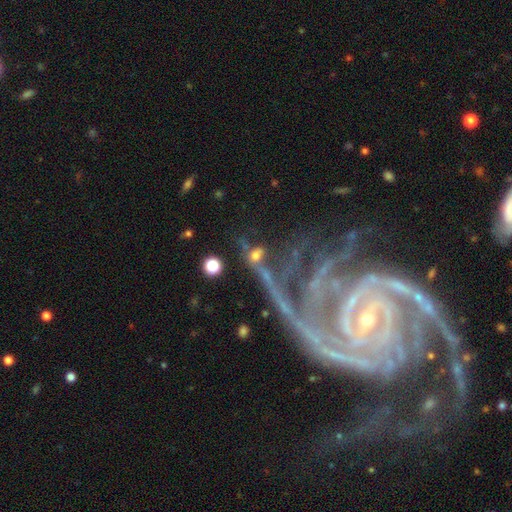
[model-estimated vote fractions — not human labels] This appears to be a smooth galaxy with no disk features (44%). Merging: none (49%).